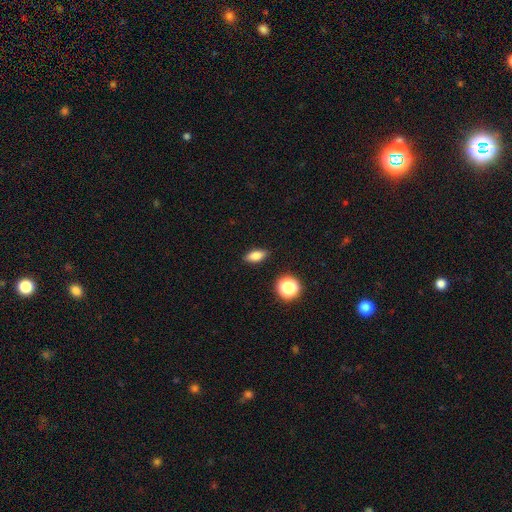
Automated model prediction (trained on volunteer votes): smooth_or_featured: smooth (p=0.80) [alt: star or artifact p=0.10]
how_rounded: in between (p=0.79) [alt: cigar-shaped p=0.13]
merging: none (p=0.88) [alt: minor disturbance p=0.09]